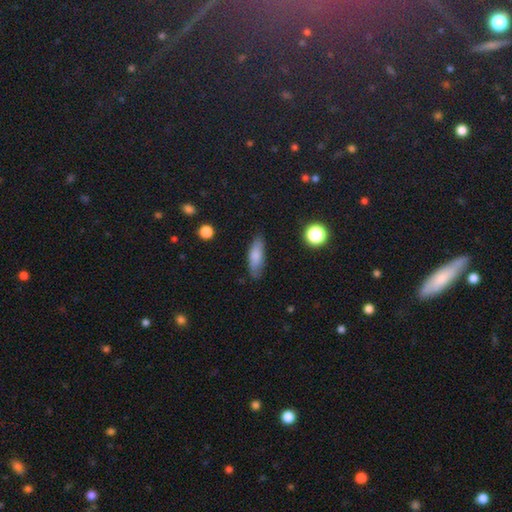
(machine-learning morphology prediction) smooth 79%, featured or disk 14%, star or artifact 7%. Down the decision tree: how rounded — in between (55%); merging — none (82%).